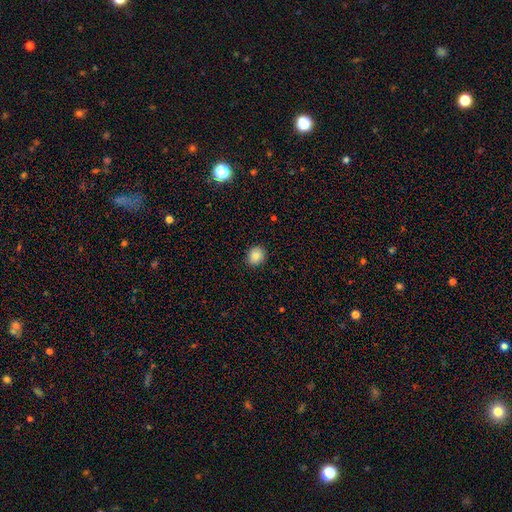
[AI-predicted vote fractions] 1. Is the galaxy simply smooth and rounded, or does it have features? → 84% smooth, 9% star or artifact, 7% featured or disk.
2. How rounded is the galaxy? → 77% round, 22% in between, 1% cigar-shaped.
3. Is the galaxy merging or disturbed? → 89% none, 8% minor disturbance, 2% major disturbance, 1% merger.